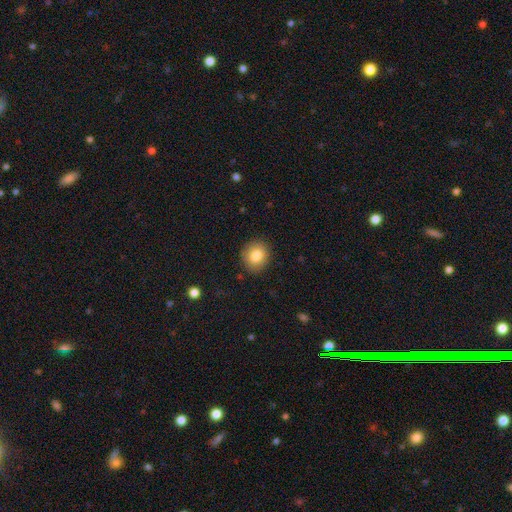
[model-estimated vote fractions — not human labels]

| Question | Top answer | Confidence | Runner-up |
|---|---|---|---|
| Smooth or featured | smooth | 83% | star or artifact (9%) |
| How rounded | round | 75% | in between (24%) |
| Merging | none | 88% | minor disturbance (9%) |